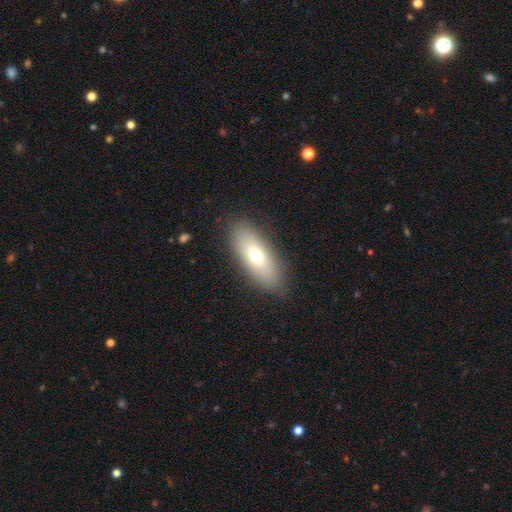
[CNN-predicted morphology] The model was most divided on "smooth or featured": smooth: 65%, featured or disk: 27%, star or artifact: 8%. More confident: merging — none (88%); how rounded — in between (71%).